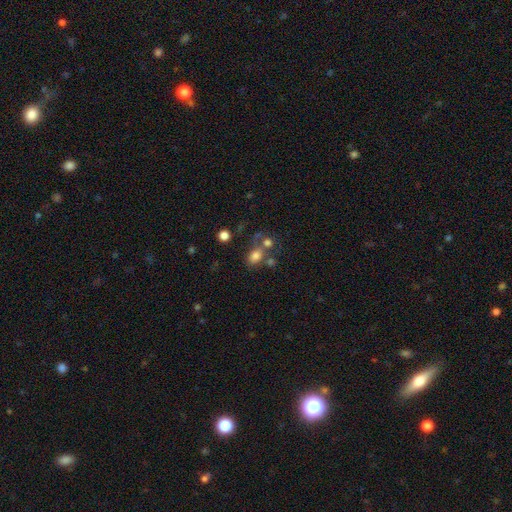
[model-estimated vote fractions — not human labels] A smooth galaxy with no disk features (75%) that is in between round and cigar-shaped (67%).

Vote fractions:
- Smooth or featured? smooth: 75% / star or artifact: 13% / featured or disk: 11%
- How rounded? in between: 67% / round: 32% / cigar-shaped: 2%
- Merging? none: 48% / merger: 30% / minor disturbance: 14% / major disturbance: 8%